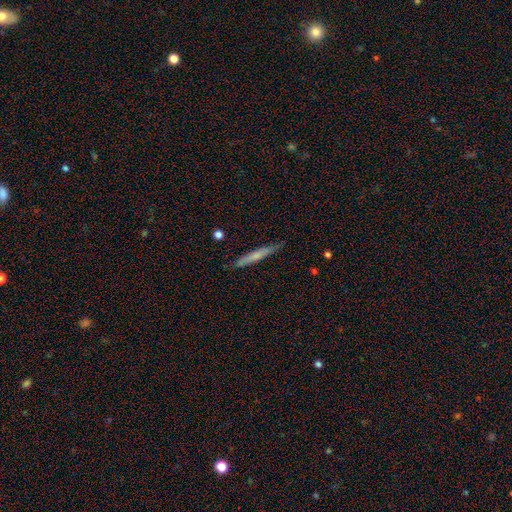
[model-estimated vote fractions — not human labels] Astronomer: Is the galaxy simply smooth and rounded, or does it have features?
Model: smooth — 59% (runner-up: featured or disk, 35%).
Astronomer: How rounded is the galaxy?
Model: cigar-shaped — 96%.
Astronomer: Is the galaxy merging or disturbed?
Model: none — 85%.